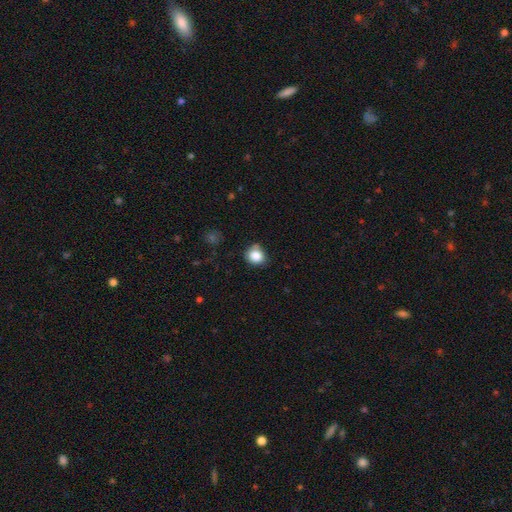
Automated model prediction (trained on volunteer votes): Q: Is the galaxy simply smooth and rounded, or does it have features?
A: smooth — 85%.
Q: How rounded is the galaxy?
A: round — 78%.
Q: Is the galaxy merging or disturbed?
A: none — 68%.